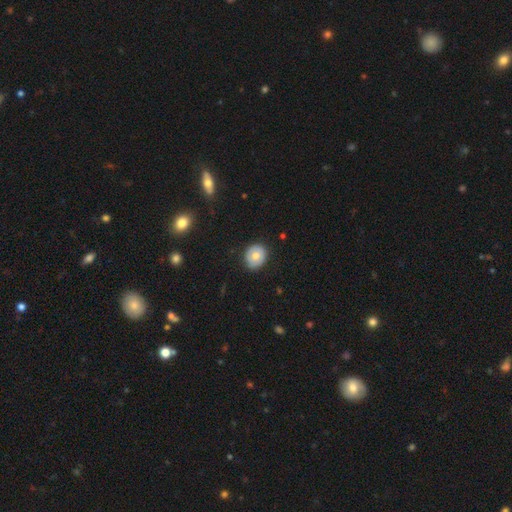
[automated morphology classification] smooth_or_featured: smooth (p=0.67) [alt: featured or disk p=0.26]
how_rounded: round (p=0.71) [alt: in between p=0.28]
merging: none (p=0.85) [alt: minor disturbance p=0.12]